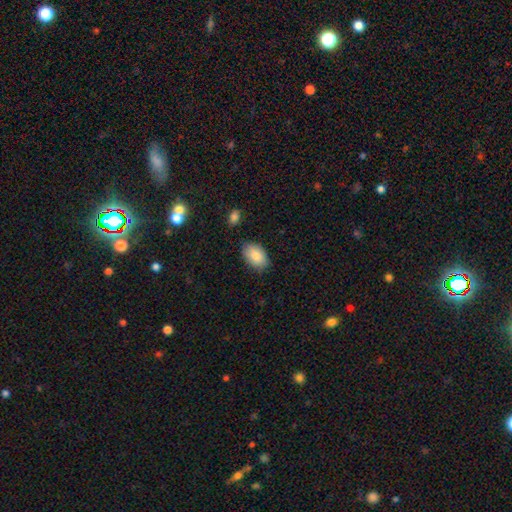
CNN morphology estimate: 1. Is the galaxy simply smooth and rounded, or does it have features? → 86% smooth, 8% featured or disk, 7% star or artifact.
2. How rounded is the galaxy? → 90% in between, 8% round, 1% cigar-shaped.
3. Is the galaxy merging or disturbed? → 80% none, 15% minor disturbance, 3% major disturbance, 2% merger.